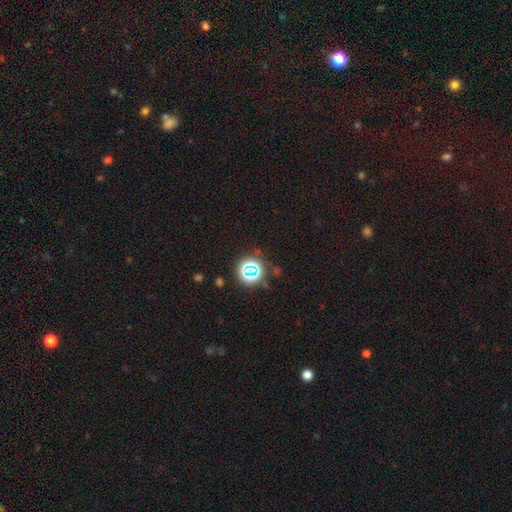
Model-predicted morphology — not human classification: Smooth or featured: star or artifact — 59% (smooth — 35%)